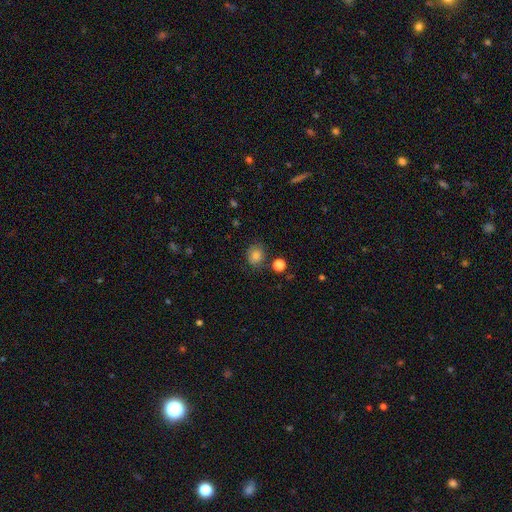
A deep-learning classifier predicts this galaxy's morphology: Q: Smooth or featured?
A: smooth (82%); runner-up: star or artifact (11%)
Q: How rounded?
A: round (67%); runner-up: in between (33%)
Q: Merging?
A: none (76%); runner-up: minor disturbance (16%)